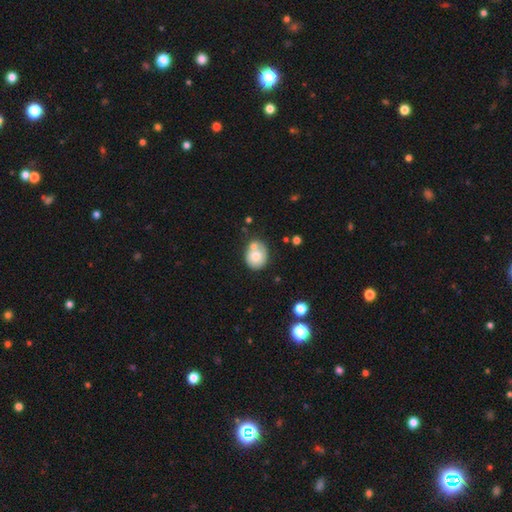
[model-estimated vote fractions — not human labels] A smooth galaxy with no disk features (68%) that is round (66%). Merging: none (45%).